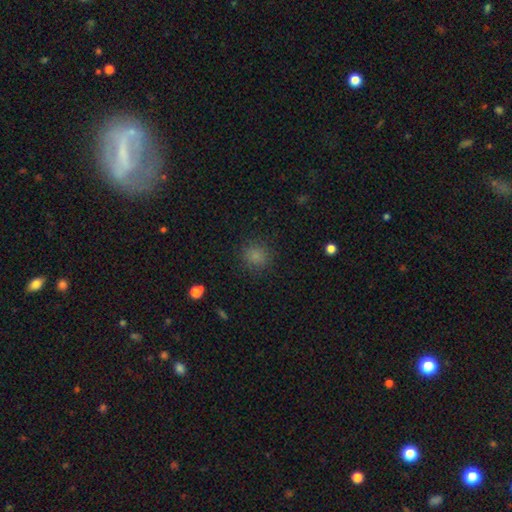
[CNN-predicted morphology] Smooth or featured: smooth — 82% (star or artifact — 14%)
How rounded: round — 89% (in between — 10%)
Merging: none — 87% (minor disturbance — 9%)